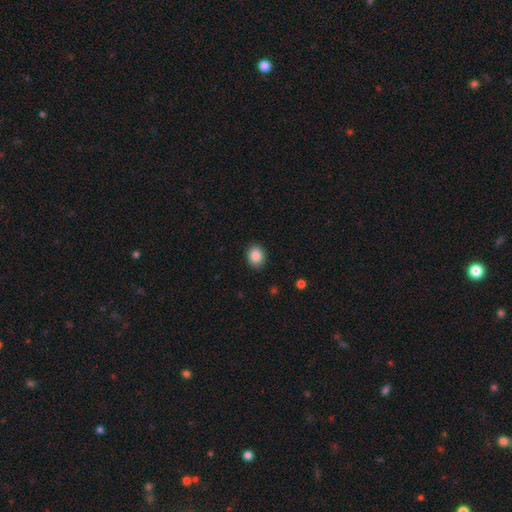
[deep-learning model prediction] Q: Smooth or featured?
A: smooth (88%); runner-up: star or artifact (9%)
Q: How rounded?
A: round (54%); runner-up: in between (46%)
Q: Merging?
A: none (89%); runner-up: minor disturbance (8%)